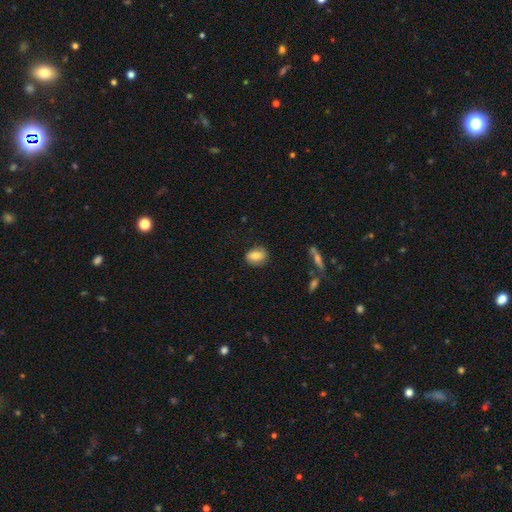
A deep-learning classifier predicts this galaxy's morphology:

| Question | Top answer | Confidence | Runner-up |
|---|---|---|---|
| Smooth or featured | smooth | 82% | featured or disk (11%) |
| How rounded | in between | 69% | round (30%) |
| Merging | none | 79% | minor disturbance (16%) |